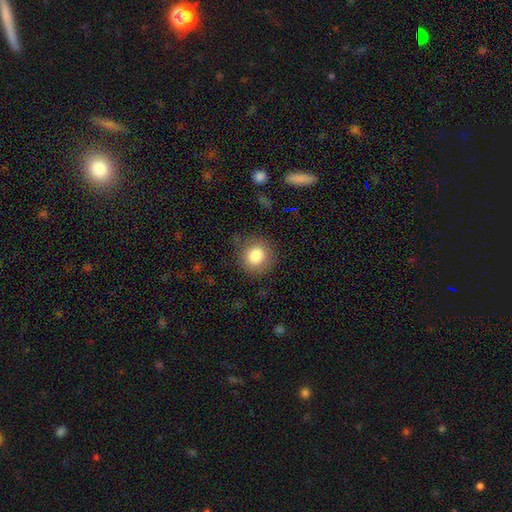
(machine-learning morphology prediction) The model was most divided on "merging": none: 82%, minor disturbance: 12%, major disturbance: 4%, merger: 1%. More confident: how rounded — round (90%); smooth or featured — smooth (84%).